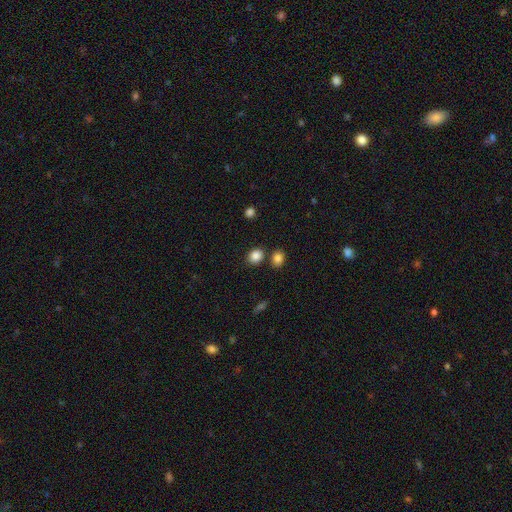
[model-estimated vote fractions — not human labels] Q: Smooth or featured?
A: smooth (86%); runner-up: star or artifact (10%)
Q: How rounded?
A: round (66%); runner-up: in between (33%)
Q: Merging?
A: none (77%); runner-up: merger (11%)